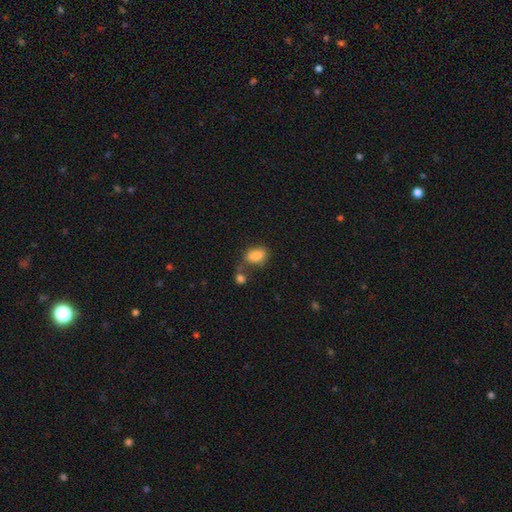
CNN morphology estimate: This is clearly a smooth galaxy (85%). How rounded: clearly in between (89%). Merging: possibly none (49%).